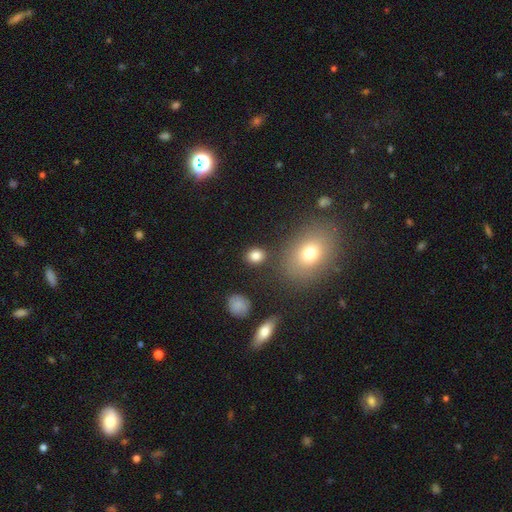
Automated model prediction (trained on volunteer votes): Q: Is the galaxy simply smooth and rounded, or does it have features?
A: smooth — 83%.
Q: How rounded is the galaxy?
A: round — 61%.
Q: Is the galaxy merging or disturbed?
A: none — 83%.